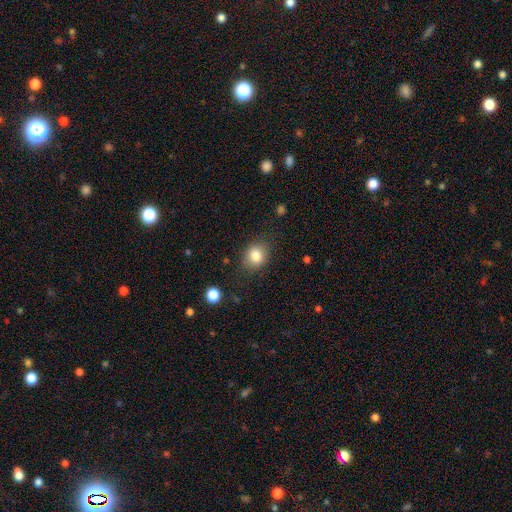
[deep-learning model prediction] Morphology: type=smooth (82%); roundness=round (56%); merging=none (79%).